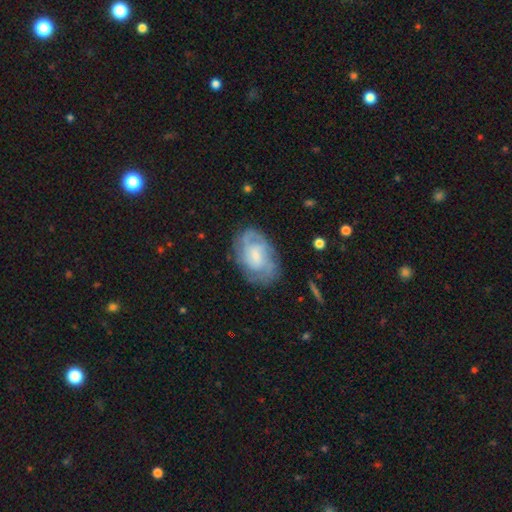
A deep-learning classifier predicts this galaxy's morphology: smooth_or_featured: featured or disk (p=0.69) [alt: smooth p=0.25]
disk_edge_on: no (p=0.97) [alt: yes p=0.03]
bar: no (p=0.51) [alt: weak p=0.42]
has_spiral_arms: yes (p=0.88) [alt: no p=0.12]
spiral_winding: tight (p=0.49) [alt: medium p=0.38]
spiral_arm_count: can't tell (p=0.41) [alt: 2 p=0.23]
bulge_size: small (p=0.37) [alt: moderate p=0.34]
merging: none (p=0.70) [alt: minor disturbance p=0.19]